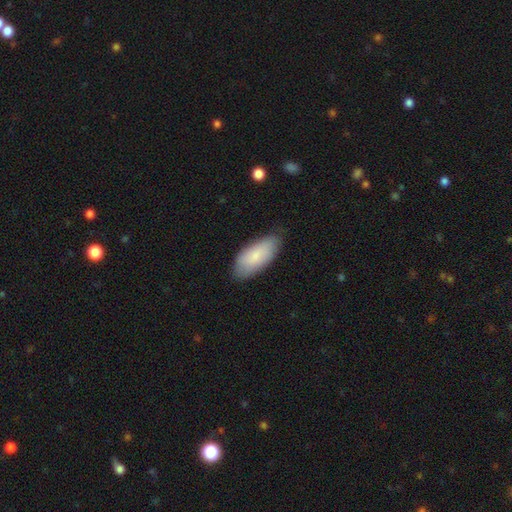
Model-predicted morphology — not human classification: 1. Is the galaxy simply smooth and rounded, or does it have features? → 83% smooth, 12% featured or disk, 6% star or artifact.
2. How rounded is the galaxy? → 89% in between, 9% cigar-shaped, 2% round.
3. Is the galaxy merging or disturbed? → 76% none, 19% minor disturbance, 3% major disturbance, 1% merger.